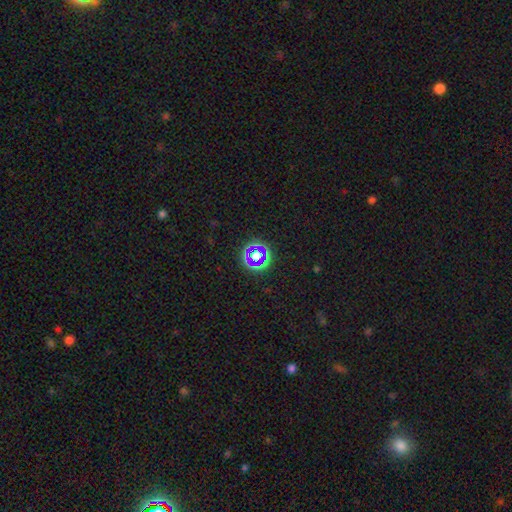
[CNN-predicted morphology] type=star or artifact (62%).